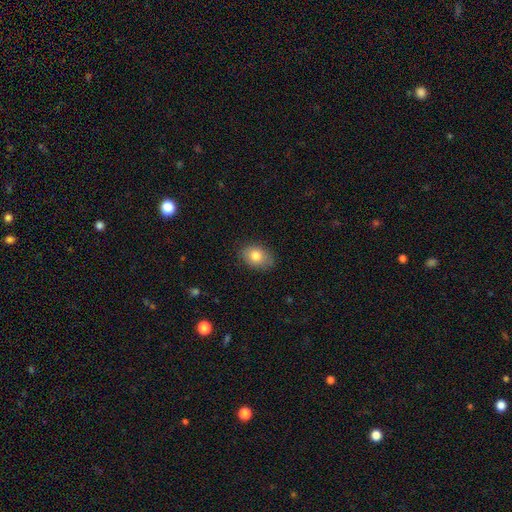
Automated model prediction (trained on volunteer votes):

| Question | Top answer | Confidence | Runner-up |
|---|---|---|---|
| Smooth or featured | smooth | 79% | featured or disk (12%) |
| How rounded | in between | 74% | round (25%) |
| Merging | none | 83% | minor disturbance (13%) |